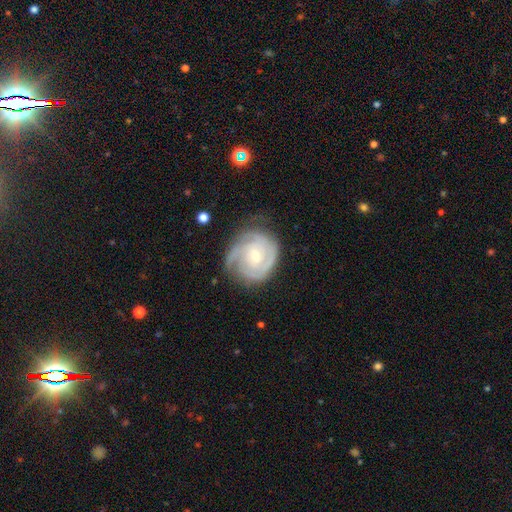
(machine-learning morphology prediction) A featured or disk galaxy (84%) with no bar (64%), 3 (31%) tight (70%) spiral arms (96%) and a small central bulge (54%).

Vote fractions:
- Smooth or featured? featured or disk: 84% / smooth: 11% / star or artifact: 5%
- Edge-on disk? no: 97% / yes: 3%
- Bar? no: 64% / weak: 30% / strong: 6%
- Spiral arms? yes: 96% / no: 4%
- Spiral winding? tight: 70% / medium: 24% / loose: 5%
- Spiral arm count? 3: 31% / can't tell: 26% / 2: 25% / 4: 8% / 1: 6% / more than 4: 5%
- Bulge size? small: 54% / moderate: 42% / large: 2% / none: 1% / dominant: 1%
- Merging? none: 67% / minor disturbance: 23% / major disturbance: 9% / merger: 2%